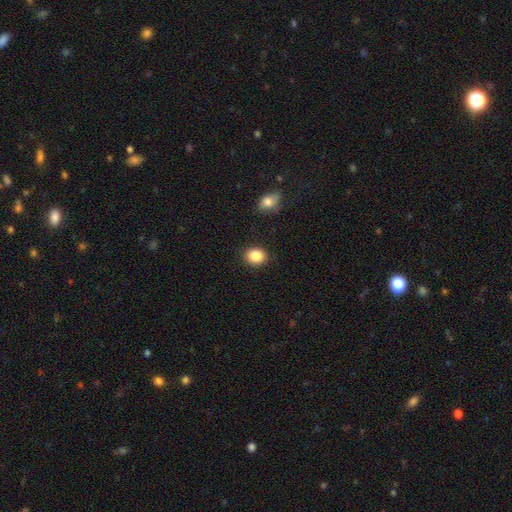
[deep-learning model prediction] A smooth galaxy with no disk features (87%) that is round (59%).

Vote fractions:
- Smooth or featured? smooth: 87% / star or artifact: 9% / featured or disk: 4%
- How rounded? round: 59% / in between: 40% / cigar-shaped: 1%
- Merging? none: 87% / minor disturbance: 8% / major disturbance: 2% / merger: 2%